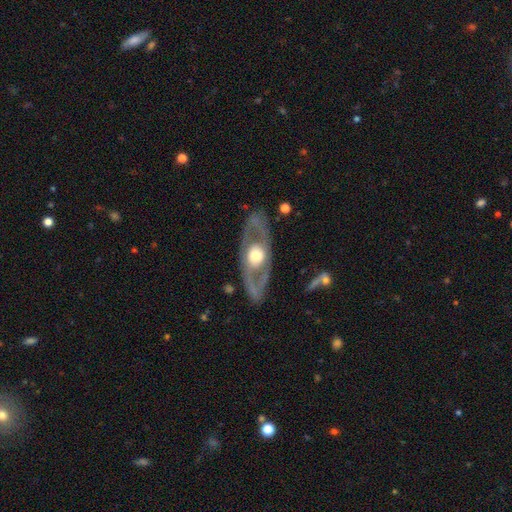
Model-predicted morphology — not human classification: This appears to be a featured or disk galaxy (72%) with no bar (83%), no spiral arms (67%) and a moderate central bulge (51%). Merging: none (83%).